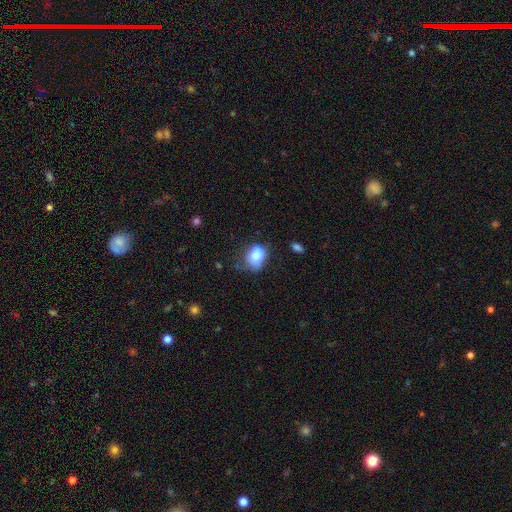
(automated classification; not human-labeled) This is likely a smooth galaxy (74%). How rounded: likely in between (61%). Merging: marginally none (43%).